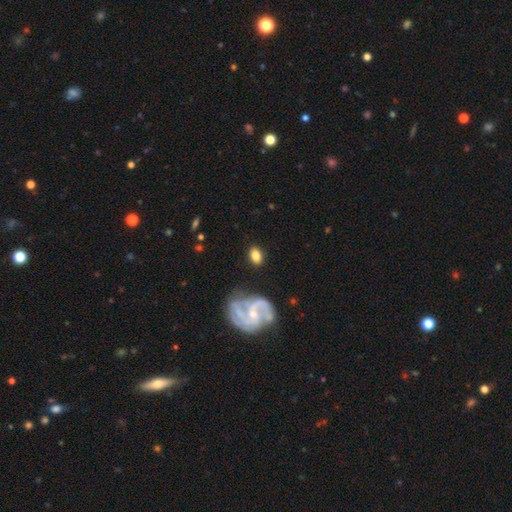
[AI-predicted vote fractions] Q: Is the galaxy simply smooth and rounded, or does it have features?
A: smooth — 72%.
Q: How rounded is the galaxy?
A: in between — 79%.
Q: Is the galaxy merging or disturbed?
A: none — 79%.